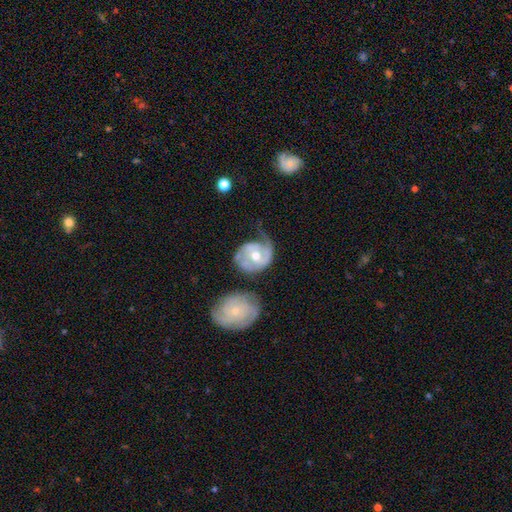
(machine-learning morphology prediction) Smooth or featured?
  - featured or disk: 74% *
  - smooth: 21%
  - star or artifact: 5%
Edge-on disk?
  - no: 97% *
  - yes: 3%
Bar?
  - no: 65% *
  - weak: 28%
  - strong: 7%
Spiral arms?
  - yes: 85% *
  - no: 15%
Spiral winding?
  - tight: 38% *
  - medium: 36%
  - loose: 27%
Spiral arm count?
  - 2: 40% *
  - 1: 39%
  - can't tell: 14%
  - 3: 4%
  - 4: 2%
  - more than 4: 2%
Bulge size?
  - moderate: 69% *
  - small: 24%
  - large: 4%
  - none: 1%
  - dominant: 1%
Merging?
  - none: 33% *
  - major disturbance: 31%
  - minor disturbance: 24%
  - merger: 12%